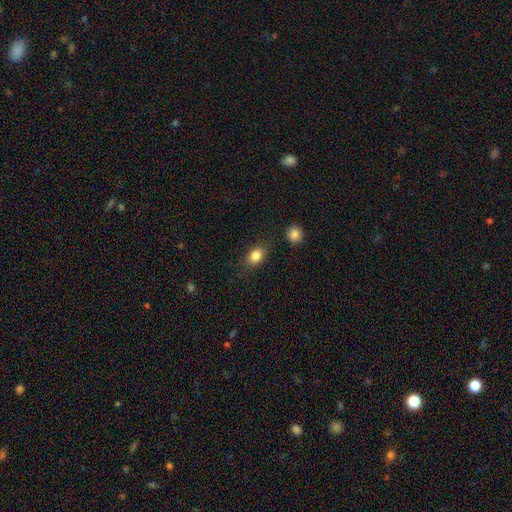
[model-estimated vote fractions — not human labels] A smooth galaxy with no disk features (83%) that is in between round and cigar-shaped (65%). Merging: none (76%).